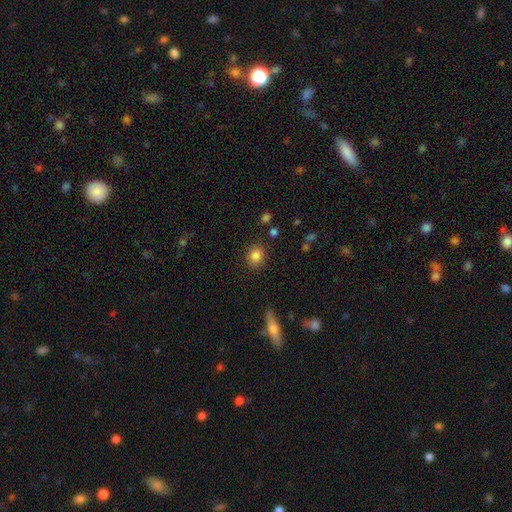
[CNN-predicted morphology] The model was most divided on "how rounded": round: 74%, in between: 25%, cigar-shaped: 1%. More confident: merging — none (87%); smooth or featured — smooth (84%).